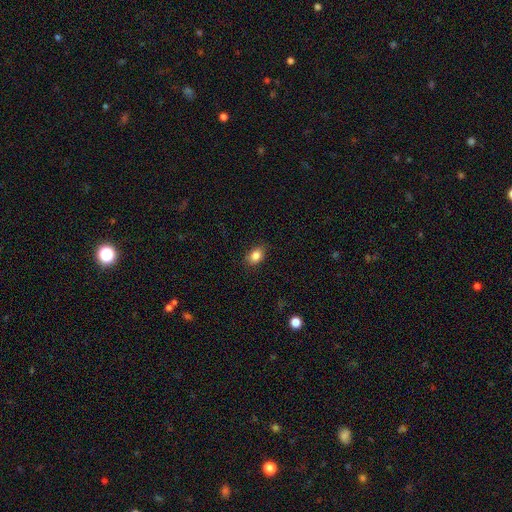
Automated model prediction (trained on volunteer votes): Overall: smooth (85%). How rounded: in between (72%). Merging: none (85%).